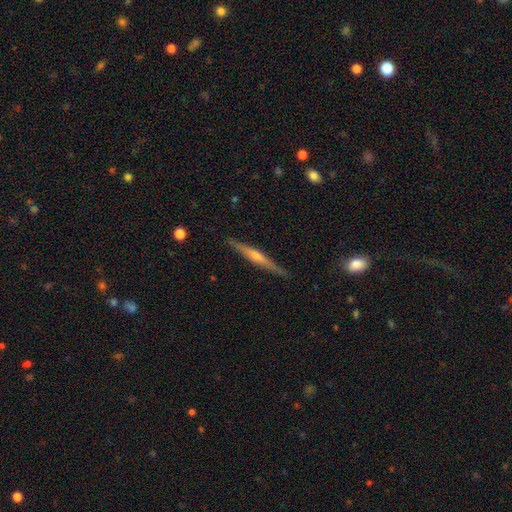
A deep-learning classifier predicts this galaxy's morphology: Smooth or featured? Predicted: featured or disk (p=0.69). Edge-on disk? Predicted: yes (p=0.98). Edge-on bulge? Predicted: rounded (p=0.67). Merging? Predicted: none (p=0.89).